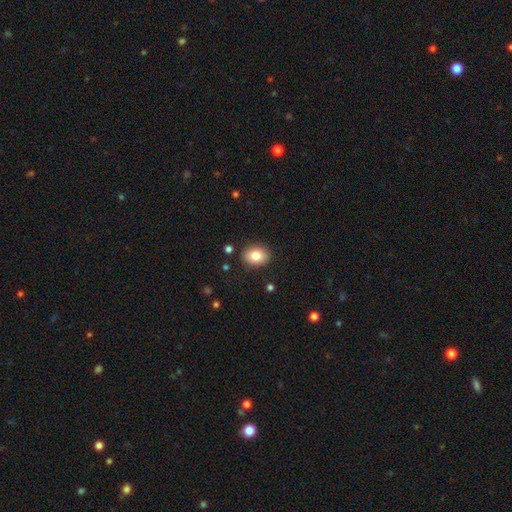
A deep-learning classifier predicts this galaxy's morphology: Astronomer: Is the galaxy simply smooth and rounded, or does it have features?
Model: smooth — 82%.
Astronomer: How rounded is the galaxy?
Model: in between — 64%.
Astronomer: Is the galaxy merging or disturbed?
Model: none — 87%.